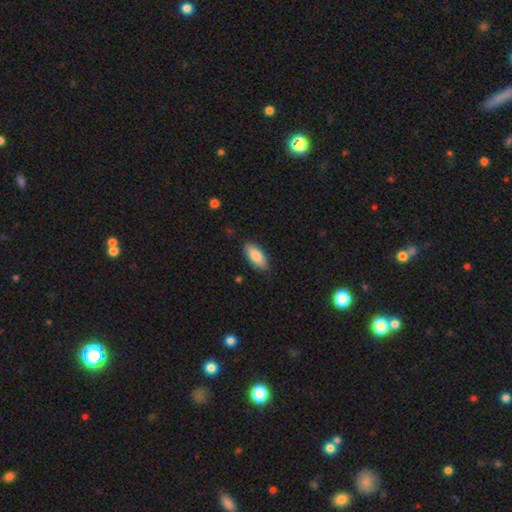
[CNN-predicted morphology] Smooth or featured: smooth — 86% (featured or disk — 8%)
How rounded: in between — 84% (cigar-shaped — 14%)
Merging: none — 86% (minor disturbance — 11%)